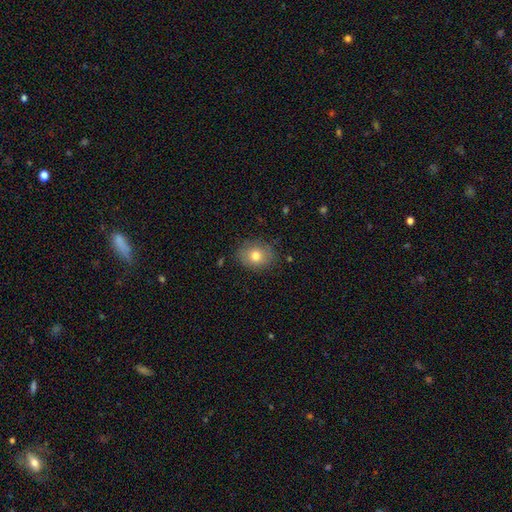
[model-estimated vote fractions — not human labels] Smooth or featured: smooth — 76% (featured or disk — 14%)
How rounded: round — 56% (in between — 43%)
Merging: none — 83% (minor disturbance — 12%)